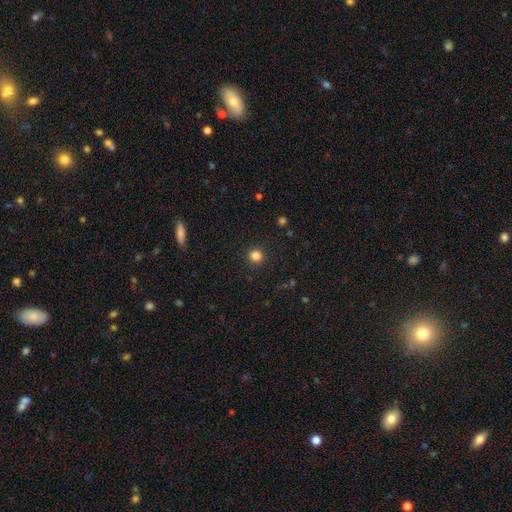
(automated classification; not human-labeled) This appears to be a smooth galaxy with no disk features (83%) that is round (94%). Merging: none (92%).